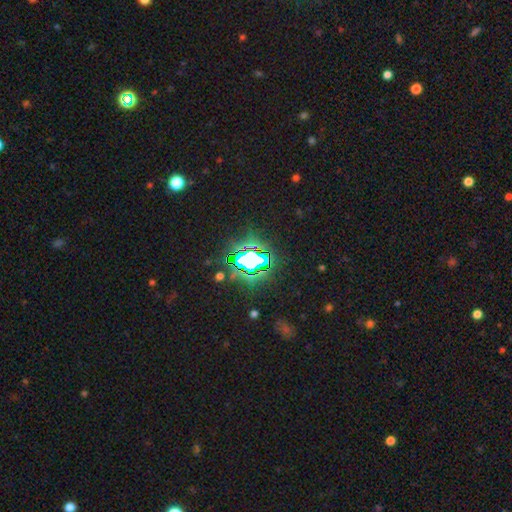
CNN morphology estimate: A star or artifact, not a galaxy (74%).

Vote fractions:
- Smooth or featured? star or artifact: 74% / smooth: 15% / featured or disk: 11%